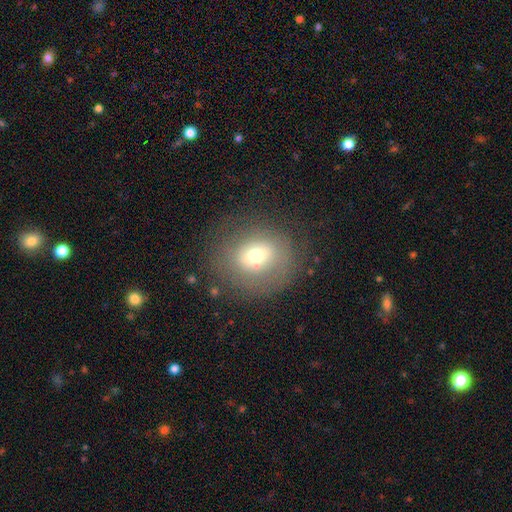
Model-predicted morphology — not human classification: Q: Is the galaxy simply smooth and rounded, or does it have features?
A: smooth — 59%.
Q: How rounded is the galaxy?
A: round — 82%.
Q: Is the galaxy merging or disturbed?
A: none — 73%.